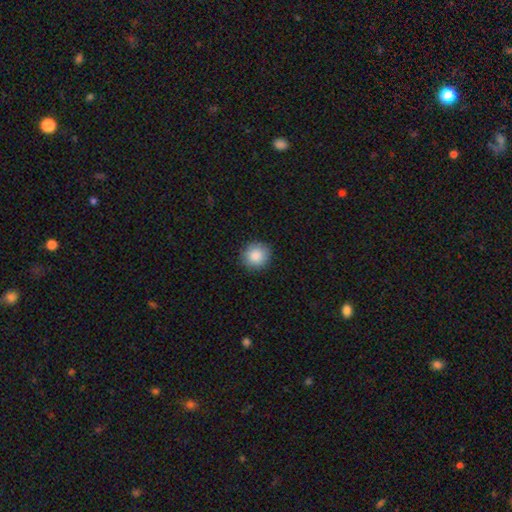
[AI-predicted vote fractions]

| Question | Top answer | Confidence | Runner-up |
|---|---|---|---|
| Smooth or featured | smooth | 88% | star or artifact (8%) |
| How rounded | round | 91% | in between (9%) |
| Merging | none | 89% | minor disturbance (8%) |